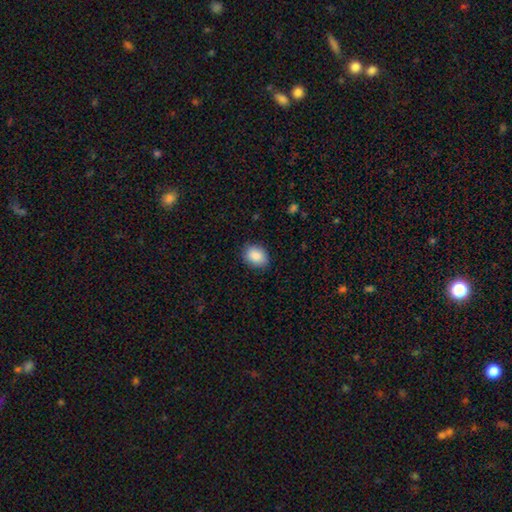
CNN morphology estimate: The model was most divided on "how rounded": in between: 72%, round: 27%, cigar-shaped: 1%. More confident: smooth or featured — smooth (89%); merging — none (86%).